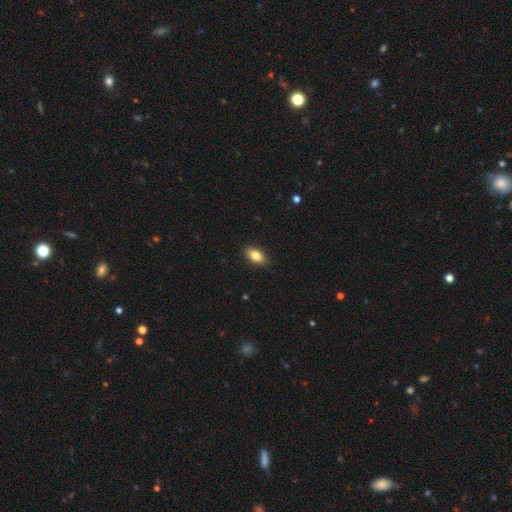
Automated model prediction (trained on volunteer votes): Overall: smooth (82%). How rounded: in between (89%). Merging: none (88%).